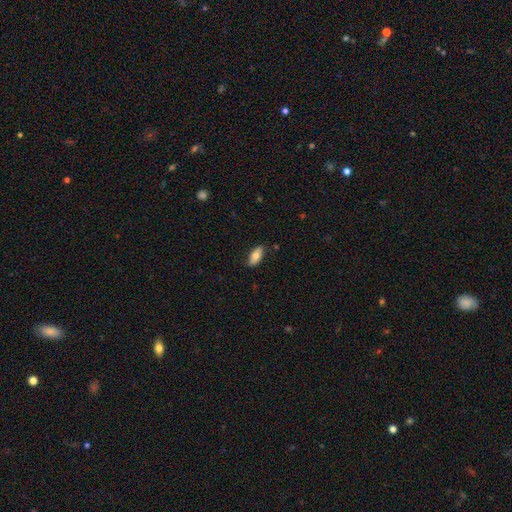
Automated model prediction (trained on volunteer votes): A smooth galaxy with no disk features (73%) that is in between round and cigar-shaped (83%). Merging: none (82%).